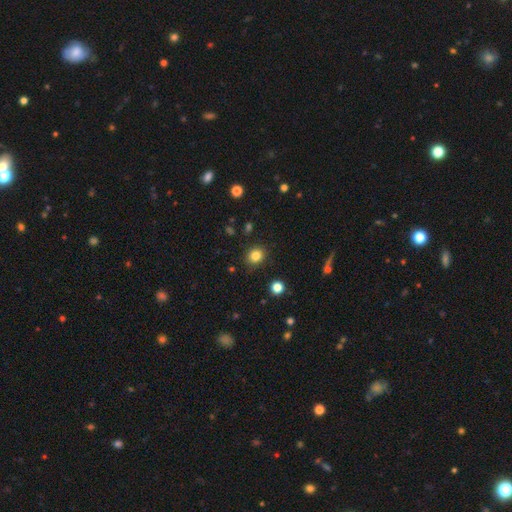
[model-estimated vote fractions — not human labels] smooth 83%, star or artifact 12%, featured or disk 5%. Down the decision tree: how rounded — round (75%); merging — none (86%).